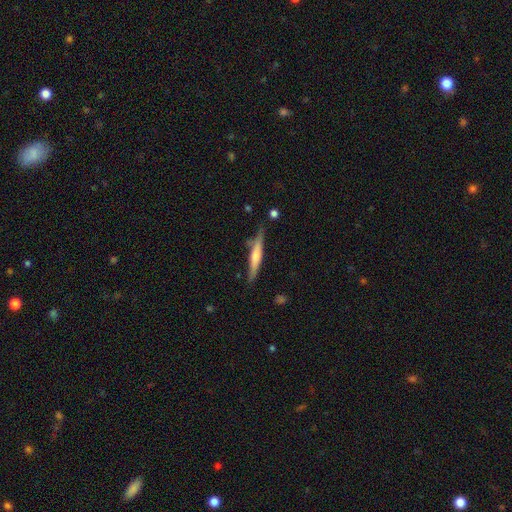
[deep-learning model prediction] Smooth or featured?
  - featured or disk: 49% *
  - smooth: 45%
  - star or artifact: 6%
Merging?
  - none: 75% *
  - minor disturbance: 17%
  - merger: 4%
  - major disturbance: 4%